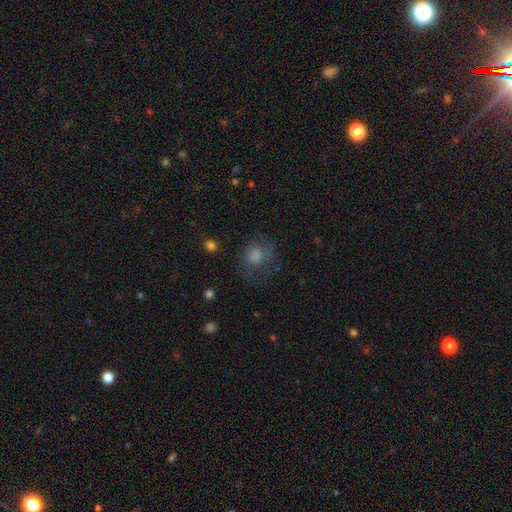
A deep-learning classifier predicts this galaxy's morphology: smooth-or-featured: smooth: 52% | featured or disk: 27% | star or artifact: 20%
  how-rounded: round: 72% | in between: 27% | cigar-shaped: 1%
  merging: none: 62% | minor disturbance: 19% | major disturbance: 17% | merger: 2%